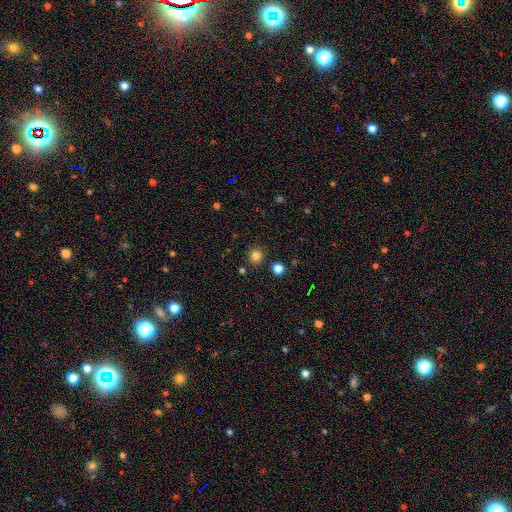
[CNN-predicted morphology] This appears to be a smooth galaxy with no disk features (82%) that is round (91%). Merging: none (87%).